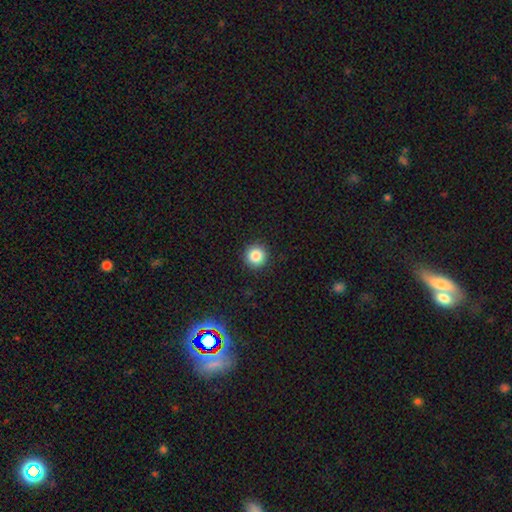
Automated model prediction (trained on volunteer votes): Smooth or featured? Predicted: smooth (p=0.85). How rounded? Predicted: round (p=0.96). Merging? Predicted: none (p=0.92).